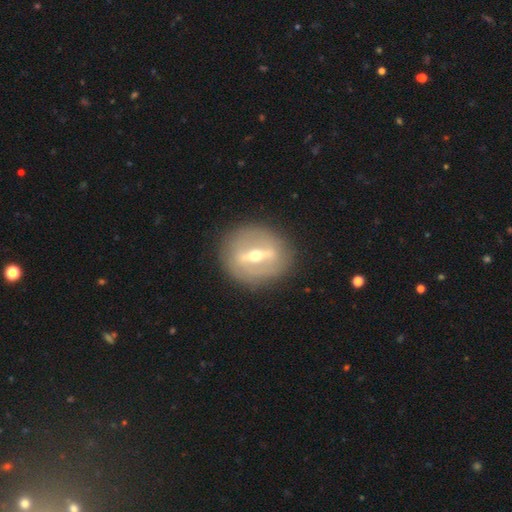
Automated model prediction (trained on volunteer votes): smooth-or-featured: featured or disk: 79% | smooth: 15% | star or artifact: 6%
  disk-edge-on: no: 75% | yes: 25%
    bar: strong: 79% | weak: 15% | no: 5%
    has-spiral-arms: no: 75% | yes: 25%
    bulge-size: moderate: 62% | small: 33% | large: 3% | dominant: 1% | none: 1%
  merging: none: 86% | minor disturbance: 9% | major disturbance: 4% | merger: 1%